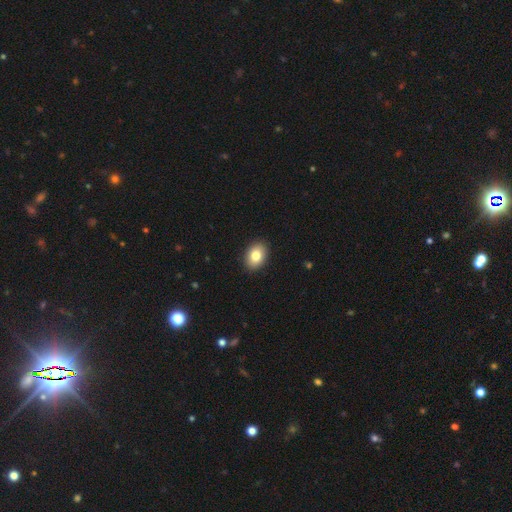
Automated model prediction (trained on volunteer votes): Smooth or featured: smooth — 83% (featured or disk — 9%)
How rounded: in between — 77% (round — 22%)
Merging: none — 91% (minor disturbance — 7%)